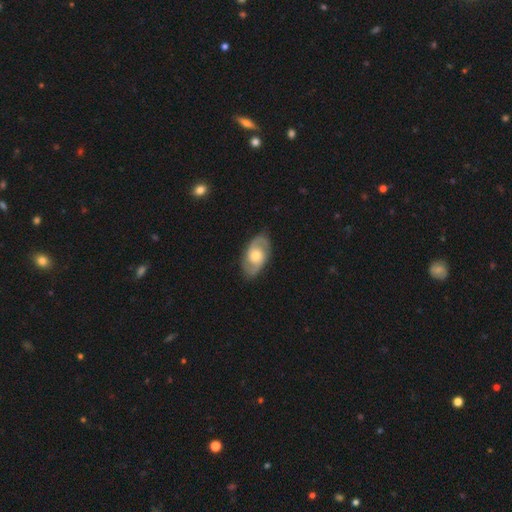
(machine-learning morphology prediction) This is likely a featured or disk galaxy (77%). It is clearly not viewed edge-on (95%). Bar: likely no (62%). Spiral arm pattern: clearly yes (91%). Spiral arm count: clearly 2 (90%). Spiral winding: possibly medium (50%). Central bulge: likely moderate (65%). Merging: clearly none (85%).